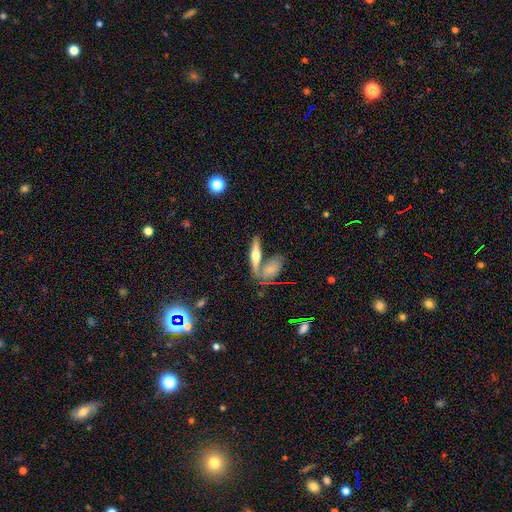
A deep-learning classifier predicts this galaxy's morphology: A featured or disk galaxy (50%).

Vote fractions:
- Smooth or featured? featured or disk: 50% / smooth: 44% / star or artifact: 7%
- Merging? none: 57% / merger: 29% / minor disturbance: 10% / major disturbance: 4%